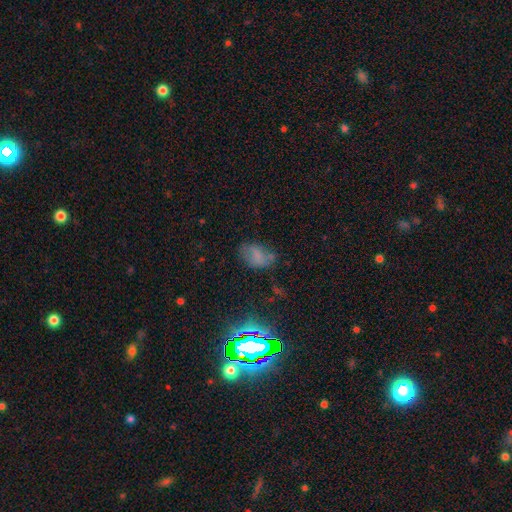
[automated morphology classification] smooth_or_featured: smooth (p=0.65) [alt: featured or disk p=0.18]
how_rounded: in between (p=0.87) [alt: round p=0.11]
merging: none (p=0.54) [alt: minor disturbance p=0.27]